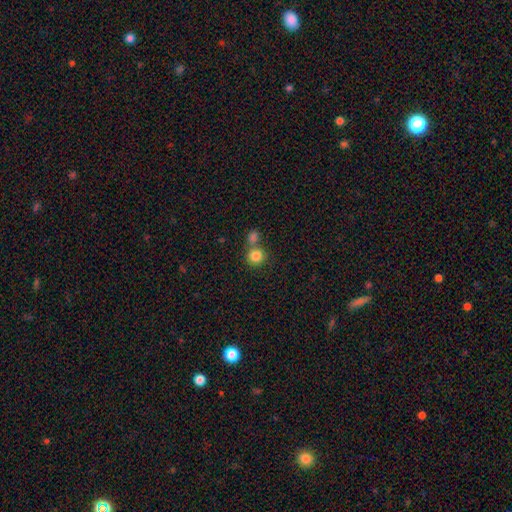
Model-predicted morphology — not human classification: Smooth or featured? Predicted: smooth (p=0.84). How rounded? Predicted: round (p=0.89). Merging? Predicted: none (p=0.57).